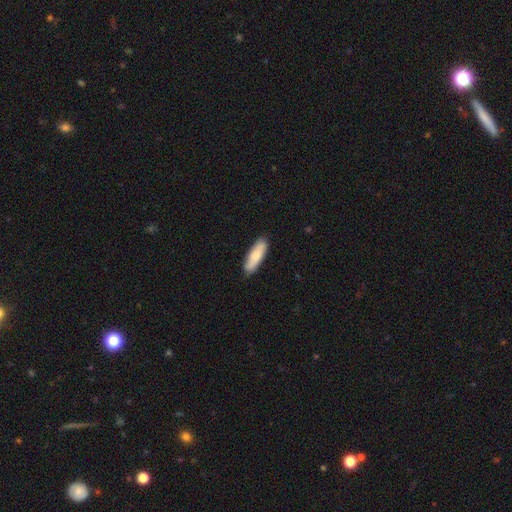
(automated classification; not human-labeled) Smooth or featured? smooth (76%)
How rounded? in between (53%)
Merging? none (86%)